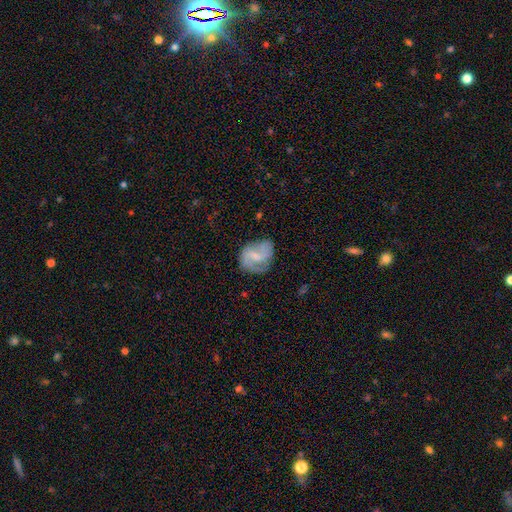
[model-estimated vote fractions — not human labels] A featured or disk galaxy (67%) with a weak bar (53%), 2 (72%) medium (46%) spiral arms (87%) and a small central bulge (40%).

Vote fractions:
- Smooth or featured? featured or disk: 67% / smooth: 27% / star or artifact: 7%
- Edge-on disk? no: 98% / yes: 2%
- Bar? weak: 53% / no: 26% / strong: 22%
- Spiral arms? yes: 87% / no: 13%
- Spiral winding? medium: 46% / loose: 34% / tight: 20%
- Spiral arm count? 2: 72% / 1: 11% / can't tell: 11% / 3: 3% / 4: 1% / more than 4: 1%
- Bulge size? small: 40% / none: 33% / moderate: 23% / large: 3% / dominant: 1%
- Merging? none: 57% / minor disturbance: 25% / major disturbance: 16% / merger: 2%